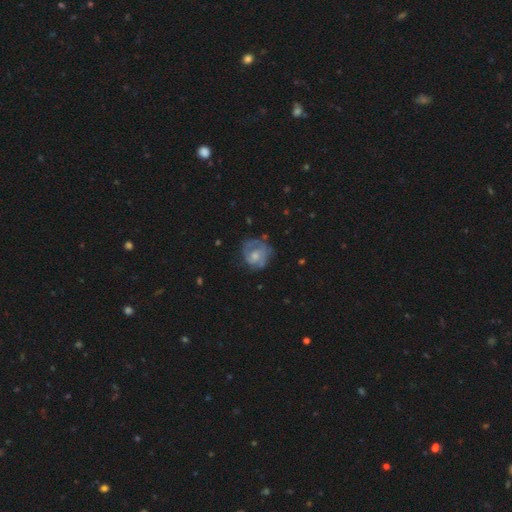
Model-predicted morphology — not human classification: Smooth or featured? Predicted: featured or disk (p=0.63). Edge-on disk? Predicted: no (p=0.98). Bar? Predicted: no (p=0.73). Spiral arms? Predicted: yes (p=0.74). Bulge size? Predicted: moderate (p=0.47). Merging? Predicted: none (p=0.56).